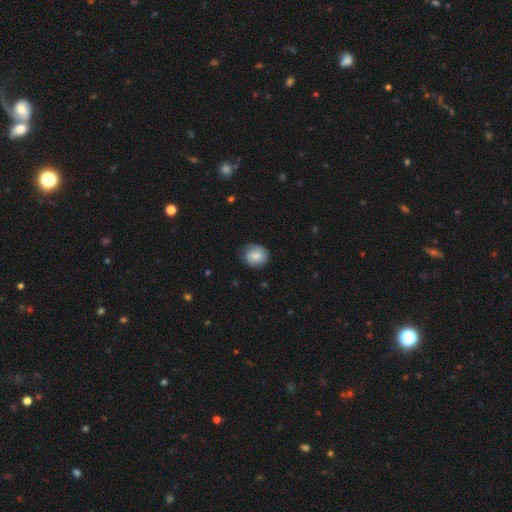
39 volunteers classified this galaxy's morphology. Smooth or featured? 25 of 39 (64%) said smooth. How rounded? 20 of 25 (80%) said round. Merging? 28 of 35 (80%) said none.